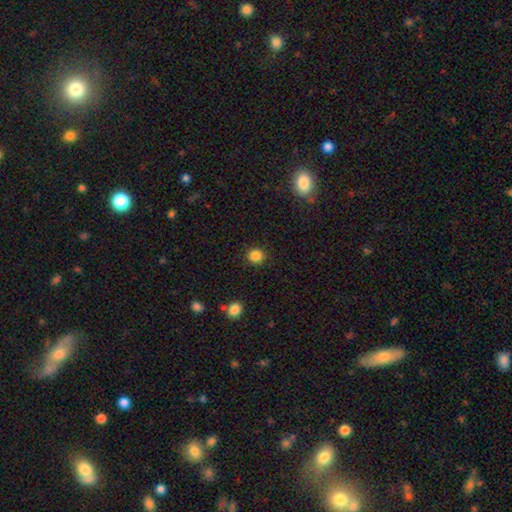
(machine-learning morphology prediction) smooth-or-featured: smooth: 85% | star or artifact: 11% | featured or disk: 3%
  how-rounded: round: 90% | in between: 9% | cigar-shaped: 1%
  merging: none: 90% | minor disturbance: 7% | major disturbance: 2% | merger: 1%